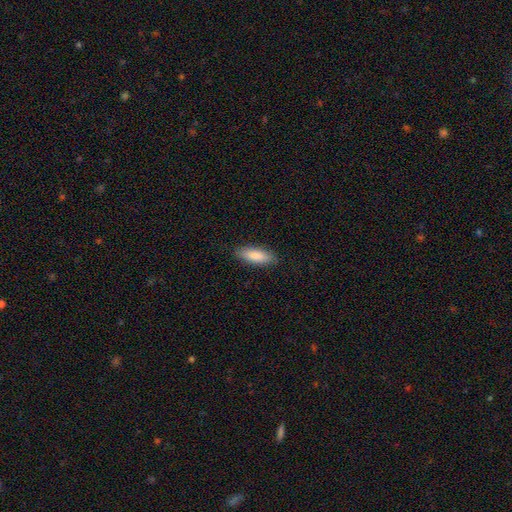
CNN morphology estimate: A smooth galaxy with no disk features (87%) that is in between round and cigar-shaped (62%).

Vote fractions:
- Smooth or featured? smooth: 87% / featured or disk: 8% / star or artifact: 5%
- How rounded? in between: 62% / cigar-shaped: 36% / round: 2%
- Merging? none: 89% / minor disturbance: 8% / major disturbance: 2% / merger: 1%